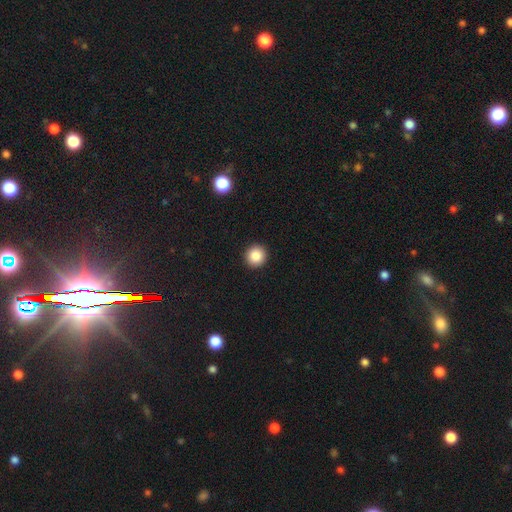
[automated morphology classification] Smooth or featured?
  - smooth: 87% *
  - star or artifact: 9%
  - featured or disk: 4%
How rounded?
  - round: 94% *
  - in between: 5%
  - cigar-shaped: 1%
Merging?
  - none: 93% *
  - minor disturbance: 4%
  - major disturbance: 1%
  - merger: 1%